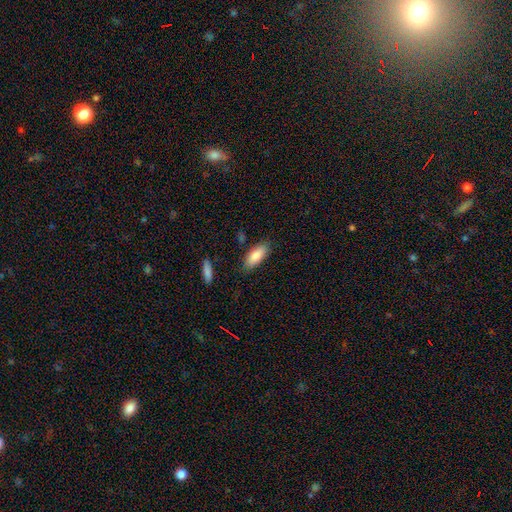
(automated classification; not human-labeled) Q: Smooth or featured?
A: smooth (84%); runner-up: featured or disk (10%)
Q: How rounded?
A: in between (78%); runner-up: cigar-shaped (20%)
Q: Merging?
A: none (83%); runner-up: minor disturbance (12%)